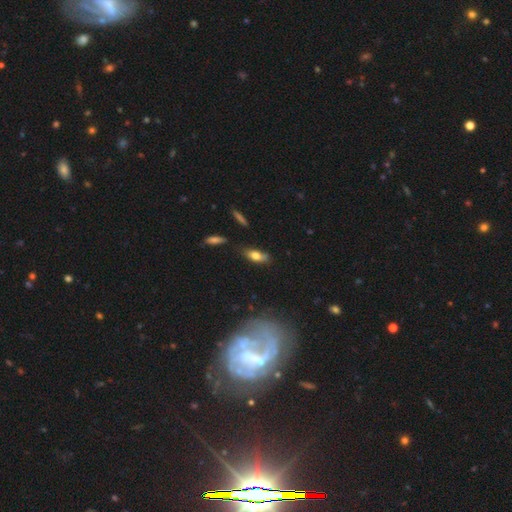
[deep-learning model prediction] A smooth galaxy with no disk features (72%) that is in between round and cigar-shaped (75%).

Vote fractions:
- Smooth or featured? smooth: 72% / featured or disk: 20% / star or artifact: 8%
- How rounded? in between: 75% / cigar-shaped: 22% / round: 4%
- Merging? none: 64% / minor disturbance: 25% / major disturbance: 6% / merger: 5%